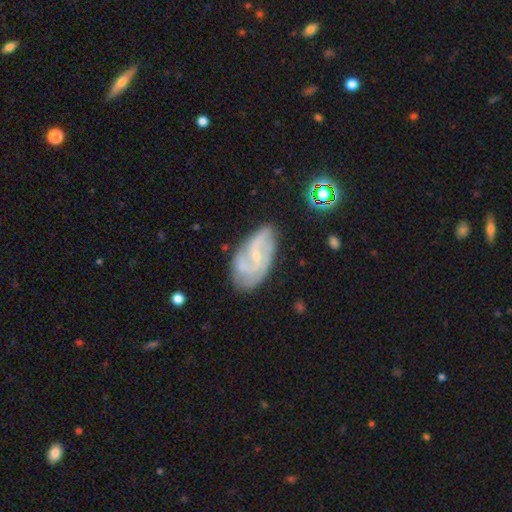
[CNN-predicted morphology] A featured or disk galaxy (79%) with no bar (47%), 2 (36%) medium (44%) spiral arms (93%) and a small central bulge (74%).

Vote fractions:
- Smooth or featured? featured or disk: 79% / smooth: 13% / star or artifact: 8%
- Edge-on disk? no: 96% / yes: 4%
- Bar? no: 47% / weak: 41% / strong: 11%
- Spiral arms? yes: 93% / no: 7%
- Spiral winding? medium: 44% / tight: 33% / loose: 22%
- Spiral arm count? 2: 36% / 3: 25% / can't tell: 22% / 4: 8% / 1: 4% / more than 4: 4%
- Bulge size? small: 74% / moderate: 17% / none: 8% / large: 1% / dominant: 1%
- Merging? none: 66% / minor disturbance: 22% / major disturbance: 9% / merger: 3%